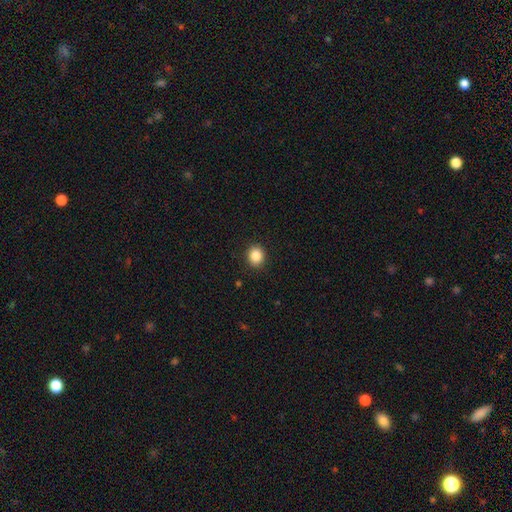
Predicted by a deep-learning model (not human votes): Smooth or featured? smooth (87%)
How rounded? round (71%)
Merging? none (91%)